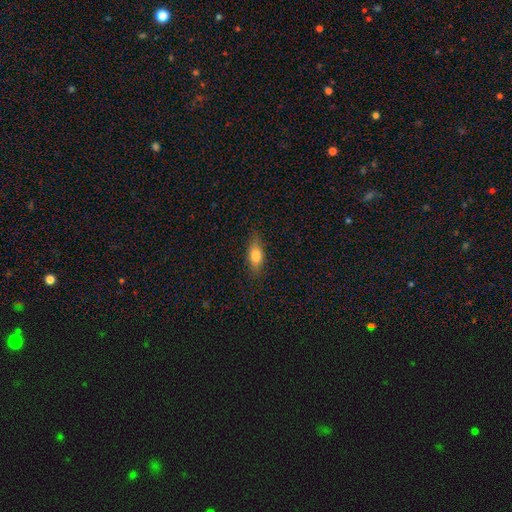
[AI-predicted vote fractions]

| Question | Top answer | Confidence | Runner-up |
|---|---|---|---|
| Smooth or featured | smooth | 76% | featured or disk (16%) |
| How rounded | in between | 77% | cigar-shaped (18%) |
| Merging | none | 81% | minor disturbance (15%) |